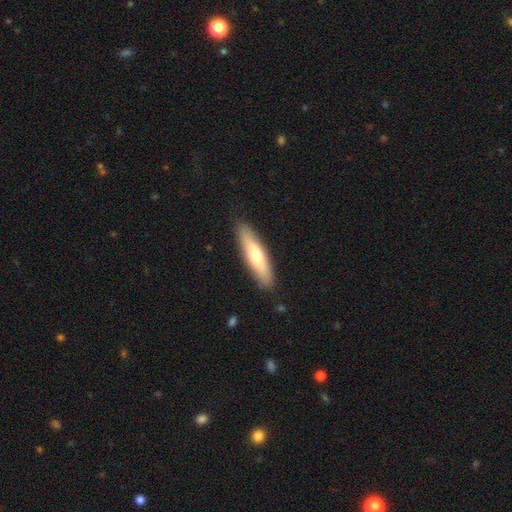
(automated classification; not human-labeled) Overall: smooth (62%; featured or disk 32%). How rounded: cigar-shaped (73%). Merging: none (88%).